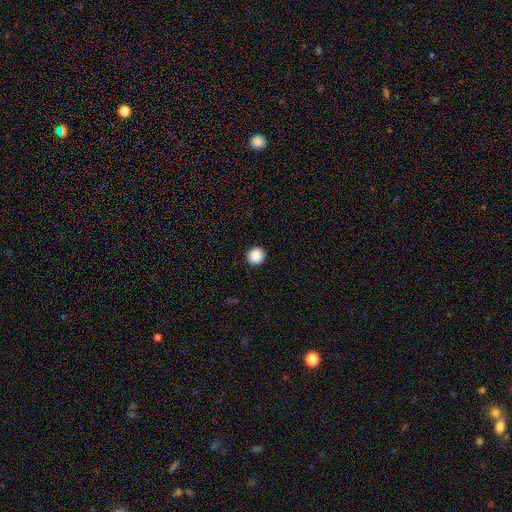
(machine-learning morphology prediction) Overall: smooth (89%). How rounded: round (90%). Merging: none (93%).